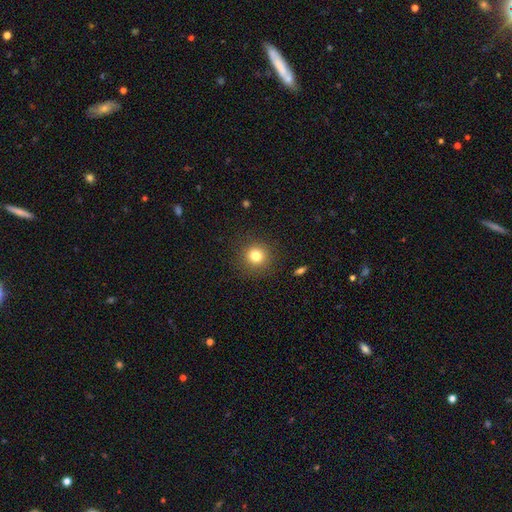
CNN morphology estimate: type=smooth (80%); roundness=round (93%); merging=none (89%).